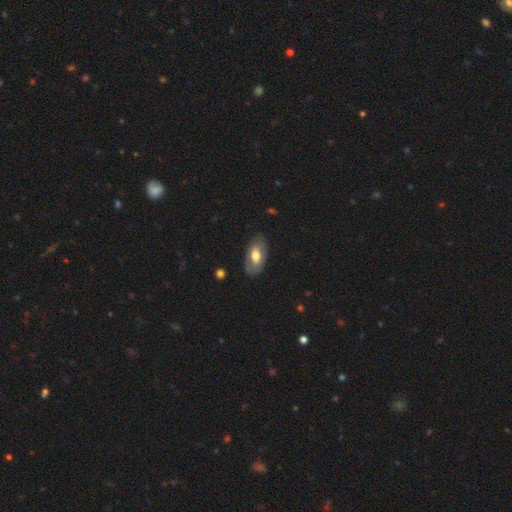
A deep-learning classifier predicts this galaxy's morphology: Smooth or featured: smooth — 52% (featured or disk — 42%)
How rounded: in between — 92% (round — 4%)
Merging: none — 77% (minor disturbance — 16%)